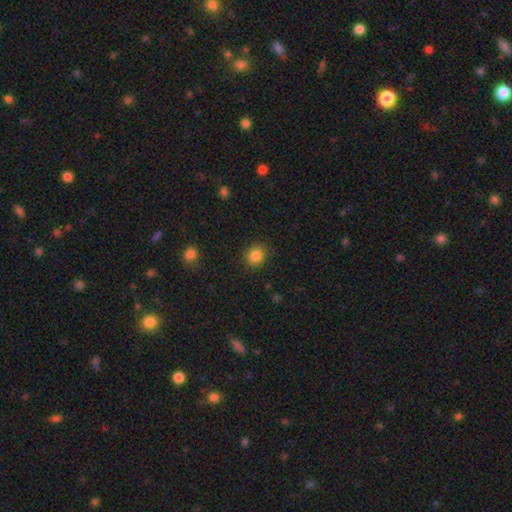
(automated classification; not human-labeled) Morphology: type=smooth (86%); roundness=round (73%); merging=none (88%).